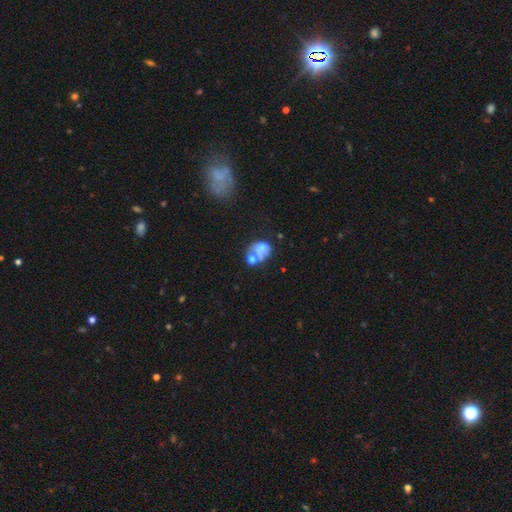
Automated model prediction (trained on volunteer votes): Q: Smooth or featured?
A: smooth (50%); runner-up: featured or disk (38%)
Q: Merging?
A: merger (46%); runner-up: none (24%)